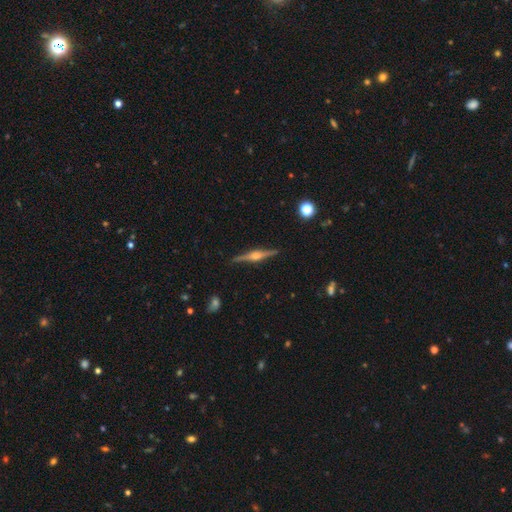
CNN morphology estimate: A featured or disk galaxy (84%) viewed edge-on (98%) with a rounded central bulge (90%).

Vote fractions:
- Smooth or featured? featured or disk: 84% / smooth: 11% / star or artifact: 6%
- Edge-on disk? yes: 98% / no: 2%
- Edge-on bulge? rounded: 90% / boxy: 8% / none: 2%
- Merging? none: 90% / minor disturbance: 7% / major disturbance: 1% / merger: 1%